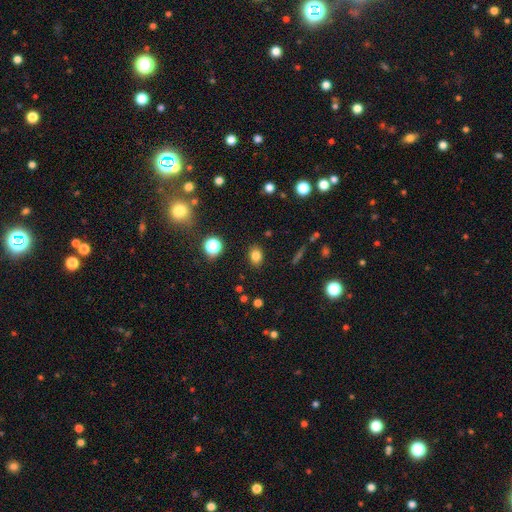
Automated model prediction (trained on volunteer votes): This appears to be a smooth galaxy with no disk features (81%) that is in between round and cigar-shaped (62%). Merging: none (87%).